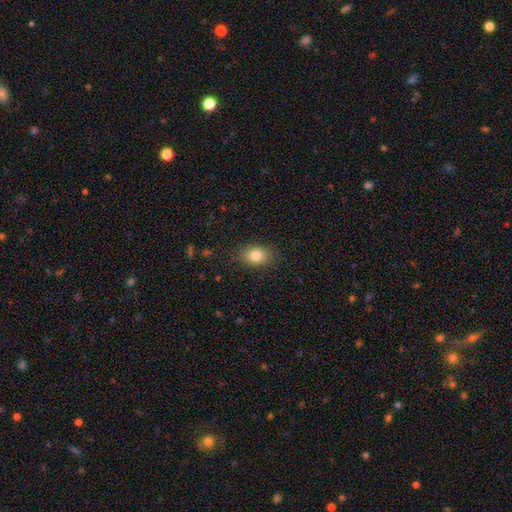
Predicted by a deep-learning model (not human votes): Smooth or featured? smooth (82%)
How rounded? in between (73%)
Merging? none (85%)